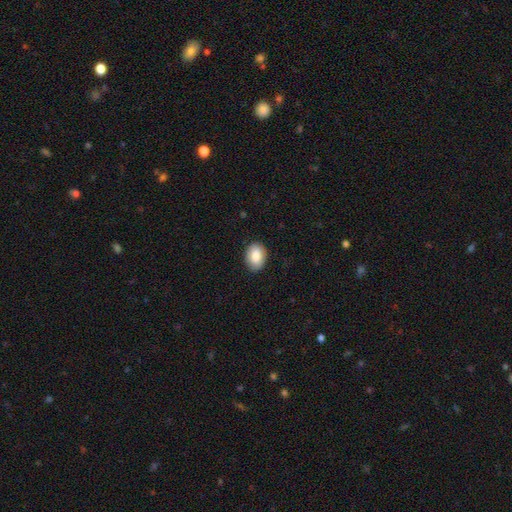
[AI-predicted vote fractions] This appears to be a smooth galaxy with no disk features (85%) that is in between round and cigar-shaped (78%). Merging: none (87%).